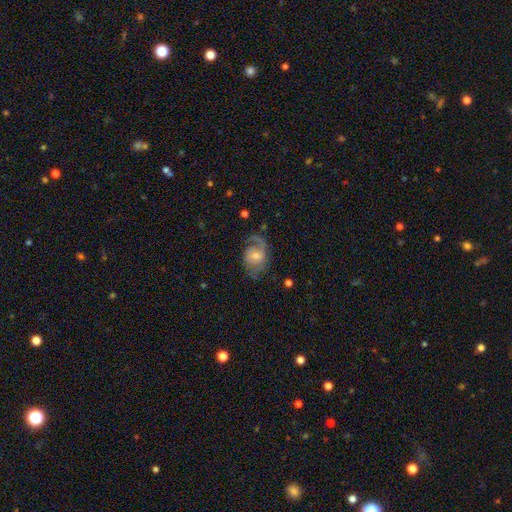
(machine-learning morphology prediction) Smooth or featured?
  - featured or disk: 71% *
  - smooth: 22%
  - star or artifact: 7%
Edge-on disk?
  - no: 97% *
  - yes: 3%
Bar?
  - no: 63% *
  - weak: 31%
  - strong: 6%
Spiral arms?
  - yes: 88% *
  - no: 12%
Spiral winding?
  - medium: 44% *
  - loose: 35%
  - tight: 21%
Spiral arm count?
  - 2: 52% *
  - 1: 34%
  - can't tell: 10%
  - 3: 2%
  - 4: 1%
  - more than 4: 1%
Bulge size?
  - moderate: 47% *
  - small: 43%
  - large: 5%
  - none: 3%
  - dominant: 1%
Merging?
  - none: 55% *
  - major disturbance: 22%
  - minor disturbance: 21%
  - merger: 2%